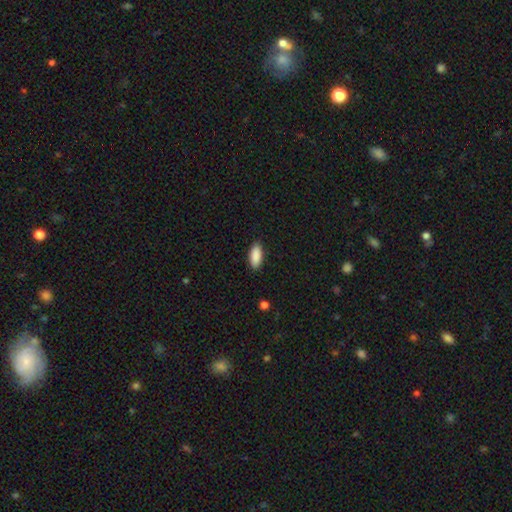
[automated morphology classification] Smooth or featured?
  - smooth: 90% *
  - star or artifact: 6%
  - featured or disk: 4%
How rounded?
  - in between: 87% *
  - cigar-shaped: 11%
  - round: 2%
Merging?
  - none: 89% *
  - minor disturbance: 8%
  - major disturbance: 2%
  - merger: 1%